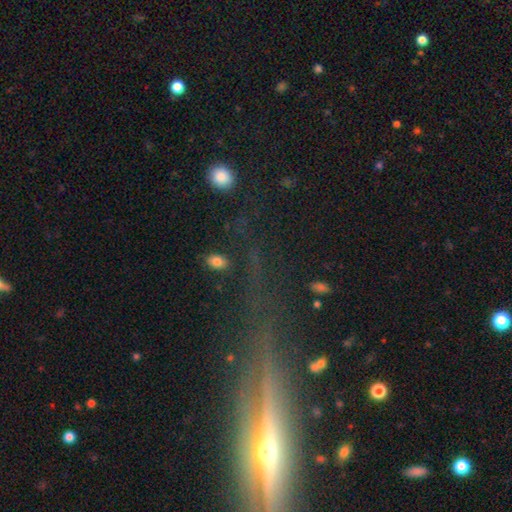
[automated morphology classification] featured or disk 57%, star or artifact 23%, smooth 19%. Down the decision tree: edge-on disk — yes (82%); merging — none (65%).